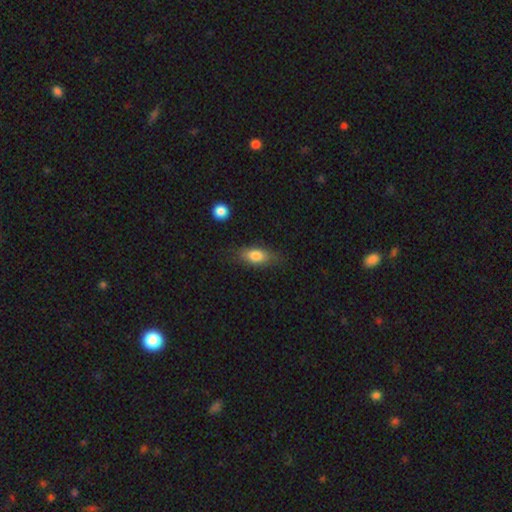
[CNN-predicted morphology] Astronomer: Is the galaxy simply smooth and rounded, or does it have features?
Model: smooth — 78%.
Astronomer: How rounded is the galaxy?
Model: in between — 80%.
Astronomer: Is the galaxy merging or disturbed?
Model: none — 74%.